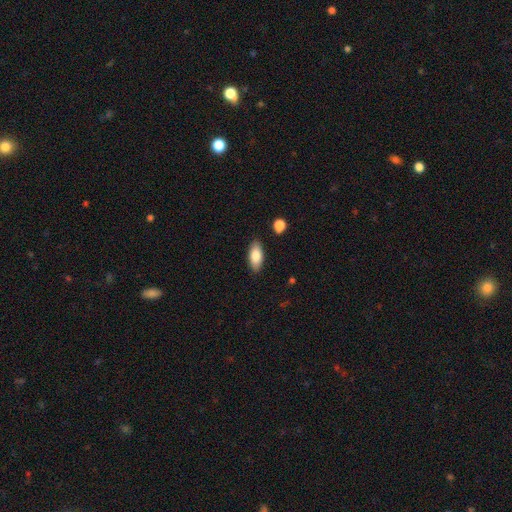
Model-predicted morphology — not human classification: smooth_or_featured: smooth (p=0.82) [alt: featured or disk p=0.11]
how_rounded: in between (p=0.87) [alt: cigar-shaped p=0.10]
merging: none (p=0.88) [alt: minor disturbance p=0.09]